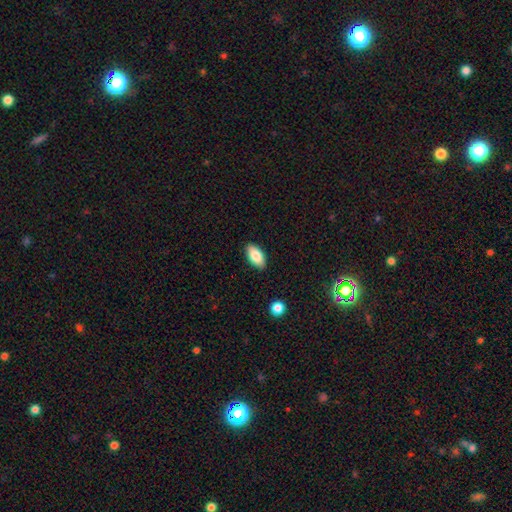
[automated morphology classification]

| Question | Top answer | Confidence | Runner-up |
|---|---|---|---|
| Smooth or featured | smooth | 85% | featured or disk (9%) |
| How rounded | in between | 93% | cigar-shaped (5%) |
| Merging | none | 88% | minor disturbance (9%) |